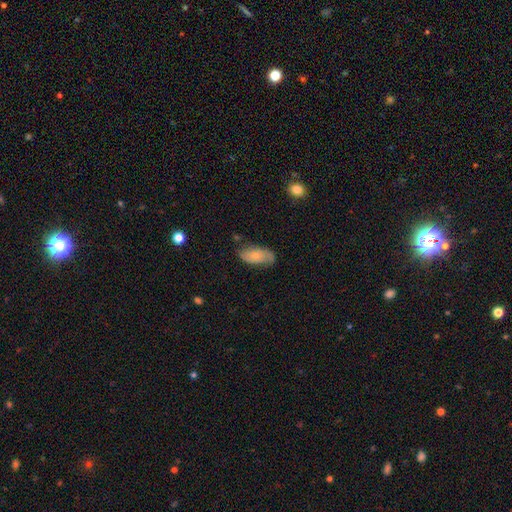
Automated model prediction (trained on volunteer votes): smooth_or_featured: smooth (p=0.66) [alt: featured or disk p=0.27]
how_rounded: in between (p=0.91) [alt: cigar-shaped p=0.06]
merging: none (p=0.67) [alt: minor disturbance p=0.25]